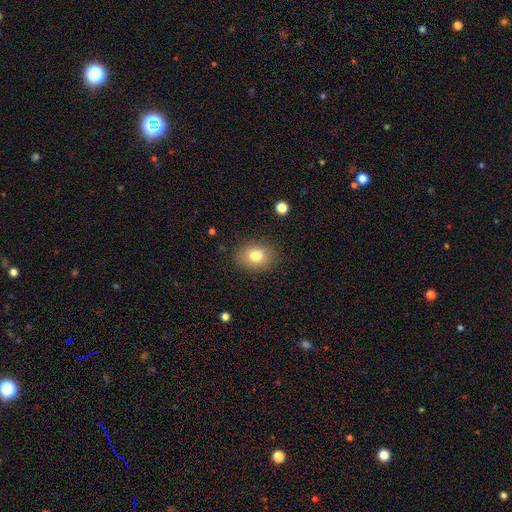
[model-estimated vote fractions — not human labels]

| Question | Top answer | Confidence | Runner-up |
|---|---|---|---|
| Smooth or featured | smooth | 79% | featured or disk (10%) |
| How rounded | in between | 53% | round (46%) |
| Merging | none | 87% | minor disturbance (9%) |